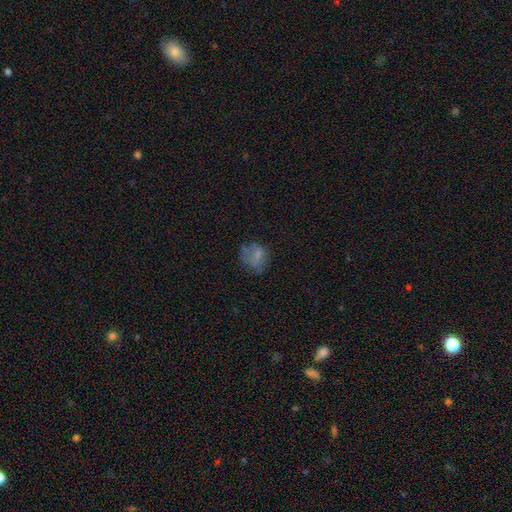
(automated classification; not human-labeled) smooth_or_featured: smooth (p=0.66) [alt: featured or disk p=0.21]
how_rounded: round (p=0.60) [alt: in between p=0.39]
merging: none (p=0.53) [alt: minor disturbance p=0.26]